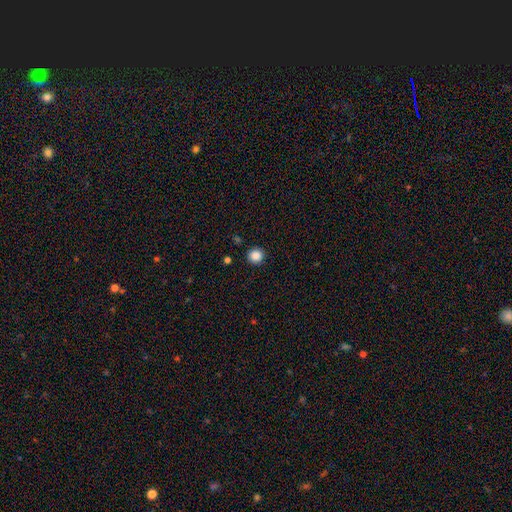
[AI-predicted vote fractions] Smooth or featured: smooth — 87% (star or artifact — 11%)
How rounded: round — 93% (in between — 6%)
Merging: none — 92% (minor disturbance — 5%)